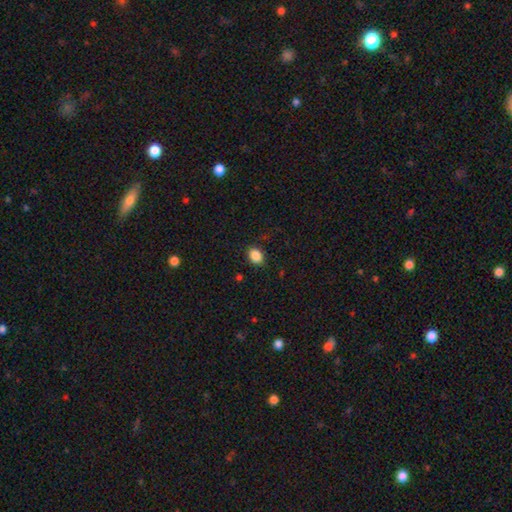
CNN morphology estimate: Overall: smooth (87%). How rounded: in between (60%; round 39%). Merging: none (87%).